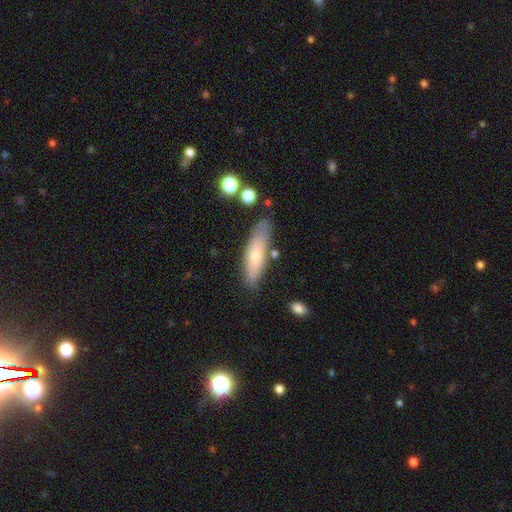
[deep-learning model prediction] smooth 62%, featured or disk 32%, star or artifact 7%. Down the decision tree: how rounded — cigar-shaped (58%); merging — none (75%).